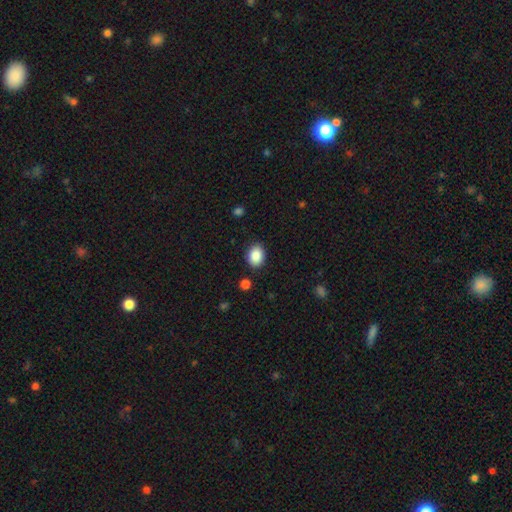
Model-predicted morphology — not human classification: Q: Smooth or featured?
A: smooth (87%); runner-up: star or artifact (8%)
Q: How rounded?
A: in between (60%); runner-up: round (39%)
Q: Merging?
A: none (87%); runner-up: minor disturbance (9%)